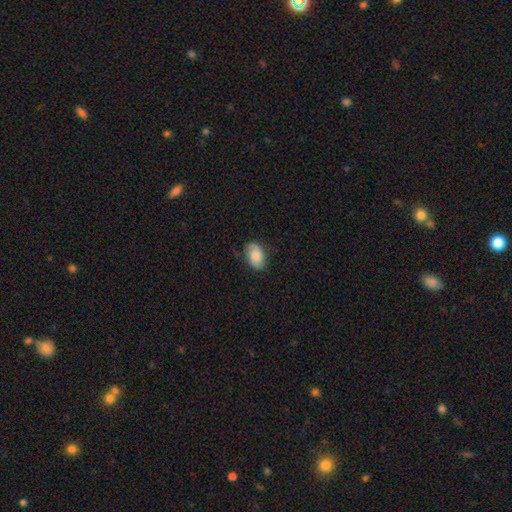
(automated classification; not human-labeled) smooth-or-featured: smooth: 76% | featured or disk: 17% | star or artifact: 8%
  how-rounded: in between: 88% | round: 11% | cigar-shaped: 1%
  merging: none: 77% | minor disturbance: 18% | major disturbance: 4% | merger: 1%